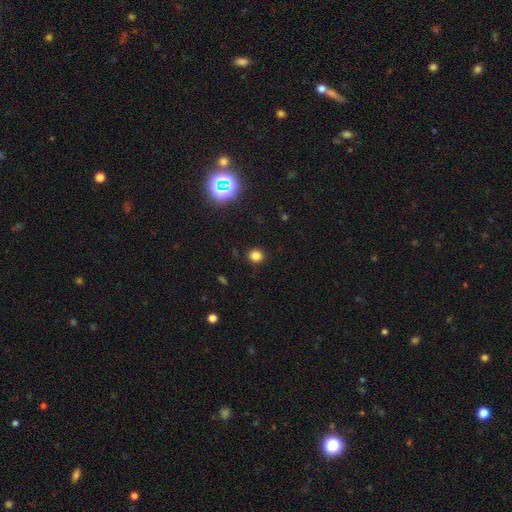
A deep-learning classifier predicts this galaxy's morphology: smooth 79%, star or artifact 16%, featured or disk 5%. Down the decision tree: how rounded — round (88%); merging — none (90%).